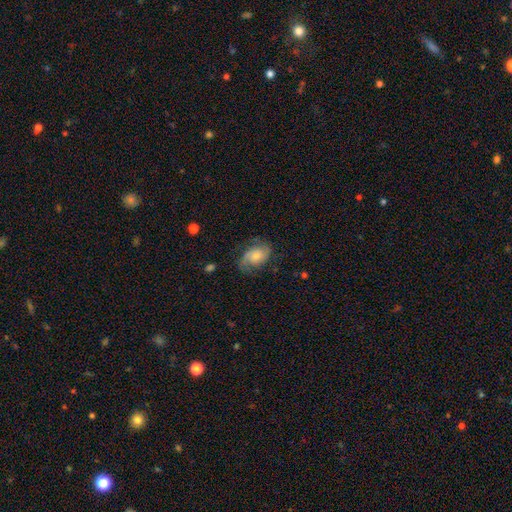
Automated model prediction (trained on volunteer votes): The model was most divided on "bulge size": moderate: 42%, small: 38%, large: 10%, none: 8%, dominant: 2%. Remaining: edge-on disk — no (97%); spiral arms — yes (90%); spiral arm count — 2 (73%); bar — no (70%); smooth or featured — featured or disk (62%); merging — none (62%); spiral winding — medium (43%).